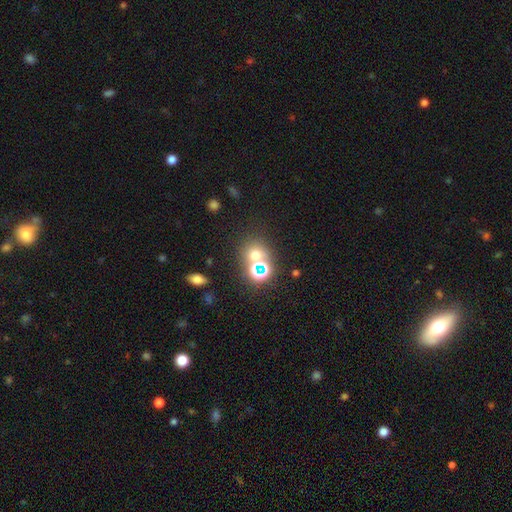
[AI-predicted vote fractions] A smooth galaxy with no disk features (55%) that is round (81%).

Vote fractions:
- Smooth or featured? smooth: 55% / star or artifact: 36% / featured or disk: 9%
- How rounded? round: 81% / in between: 18% / cigar-shaped: 1%
- Merging? none: 66% / merger: 21% / minor disturbance: 9% / major disturbance: 5%